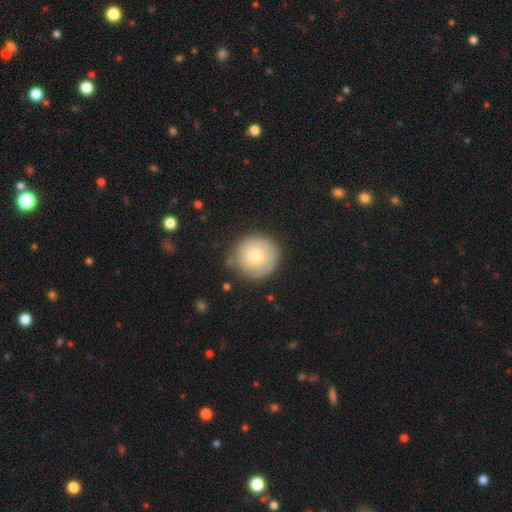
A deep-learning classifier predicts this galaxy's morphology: smooth-or-featured: smooth: 69% | featured or disk: 23% | star or artifact: 7%
  how-rounded: round: 94% | in between: 5% | cigar-shaped: 1%
  merging: none: 82% | minor disturbance: 13% | major disturbance: 3% | merger: 2%